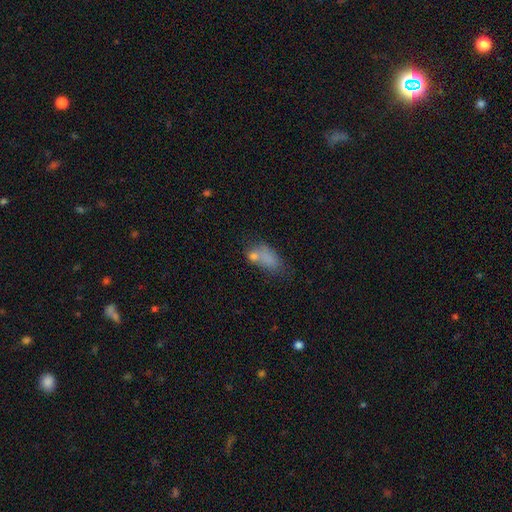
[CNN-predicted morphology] smooth_or_featured: smooth (p=0.70) [alt: featured or disk p=0.16]
how_rounded: in between (p=0.82) [alt: cigar-shaped p=0.09]
merging: none (p=0.36) [alt: merger p=0.25]